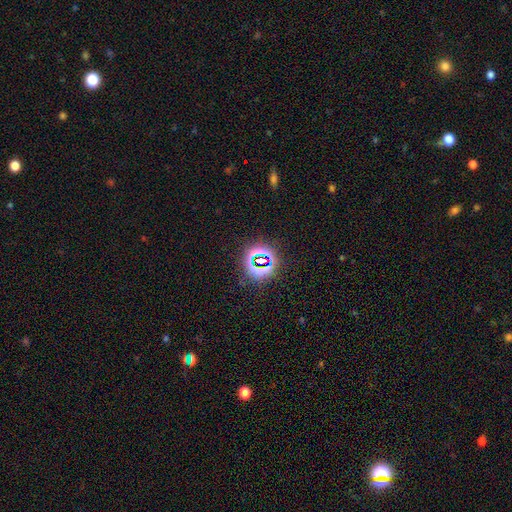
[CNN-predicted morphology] Smooth or featured? star or artifact (75%)